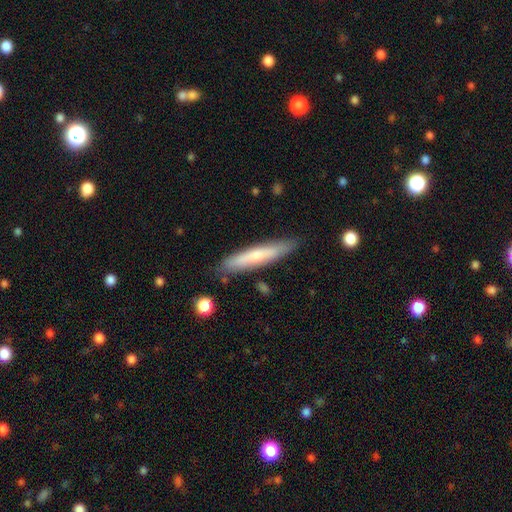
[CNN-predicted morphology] Q: Smooth or featured?
A: smooth (57%); runner-up: featured or disk (37%)
Q: How rounded?
A: cigar-shaped (90%); runner-up: in between (9%)
Q: Merging?
A: none (84%); runner-up: minor disturbance (12%)